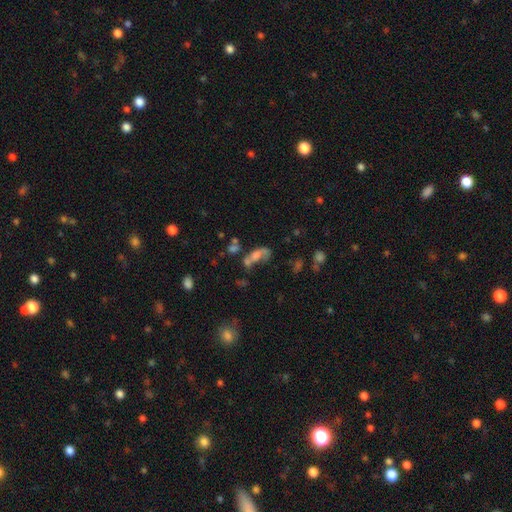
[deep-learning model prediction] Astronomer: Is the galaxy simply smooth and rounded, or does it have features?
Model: smooth — 53% (runner-up: featured or disk, 31%).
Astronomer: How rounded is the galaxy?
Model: in between — 75%.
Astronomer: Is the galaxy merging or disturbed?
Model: merger — 48%.